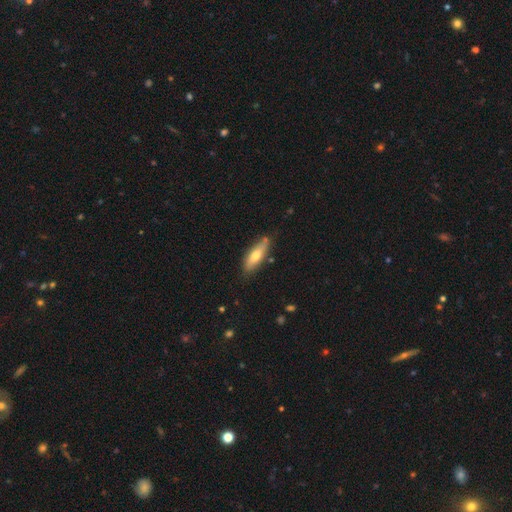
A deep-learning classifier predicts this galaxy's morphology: Smooth or featured: smooth — 64% (featured or disk — 31%)
How rounded: in between — 50% (cigar-shaped — 48%)
Merging: none — 78% (minor disturbance — 16%)